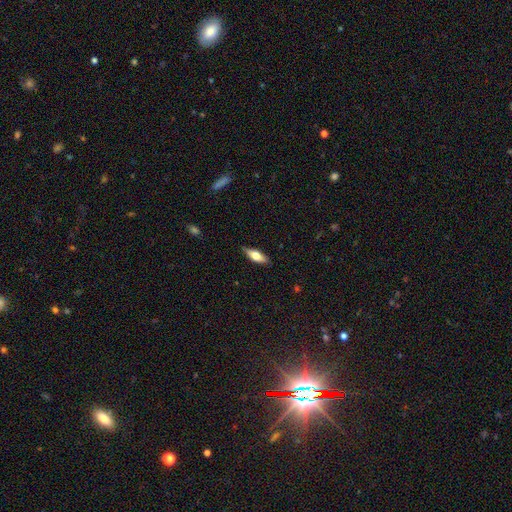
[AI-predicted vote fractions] A smooth galaxy with no disk features (58%) that is in between round and cigar-shaped (62%). Merging: none (83%).